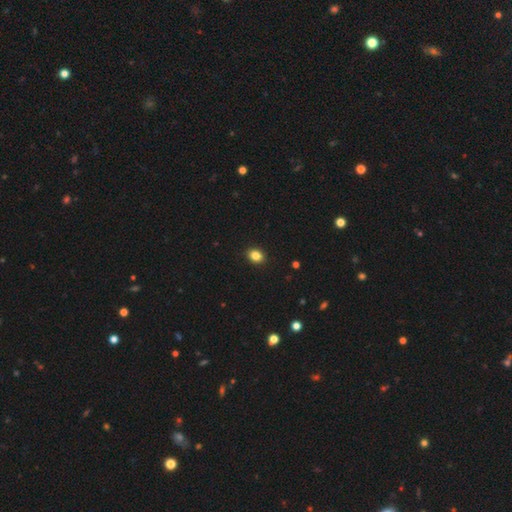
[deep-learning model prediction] Smooth or featured? smooth (85%)
How rounded? in between (52%)
Merging? none (91%)